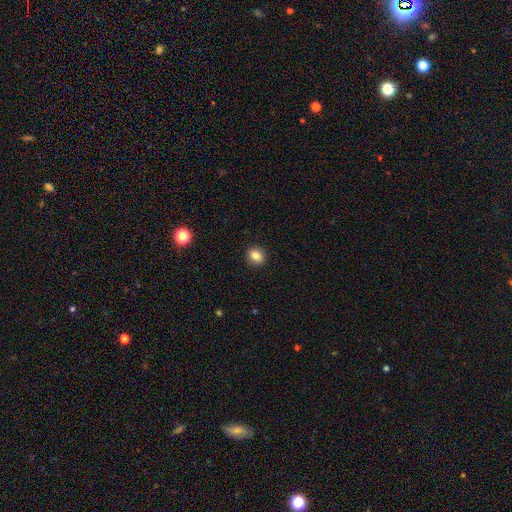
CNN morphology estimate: Smooth or featured? Predicted: smooth (p=0.84). How rounded? Predicted: round (p=0.65). Merging? Predicted: none (p=0.91).